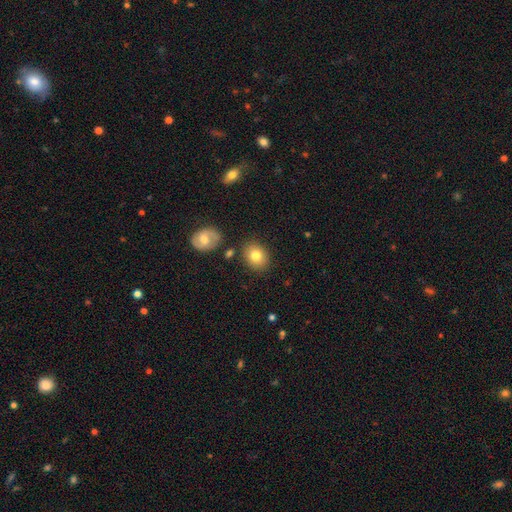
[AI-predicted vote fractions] A smooth galaxy with no disk features (79%) that is round (51%). Merging: none (82%).